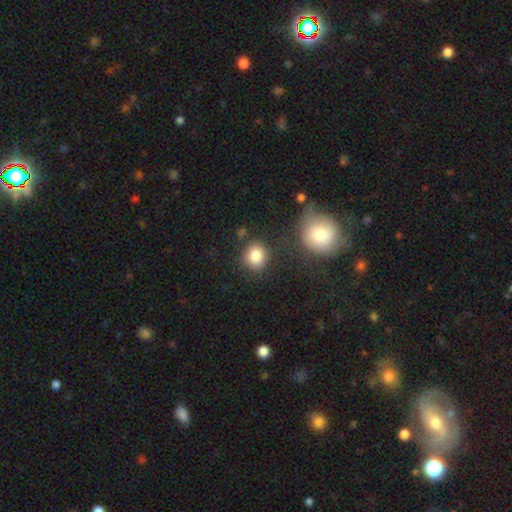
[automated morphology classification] Smooth or featured? smooth (85%)
How rounded? round (74%)
Merging? none (77%)